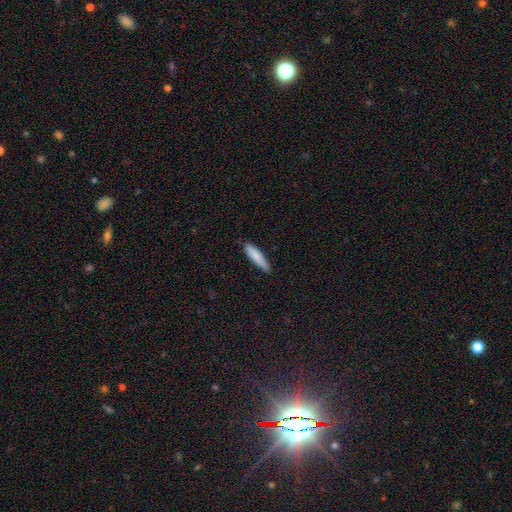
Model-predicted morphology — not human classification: Smooth or featured: smooth — 83% (featured or disk — 11%)
How rounded: cigar-shaped — 81% (in between — 18%)
Merging: none — 82% (minor disturbance — 14%)